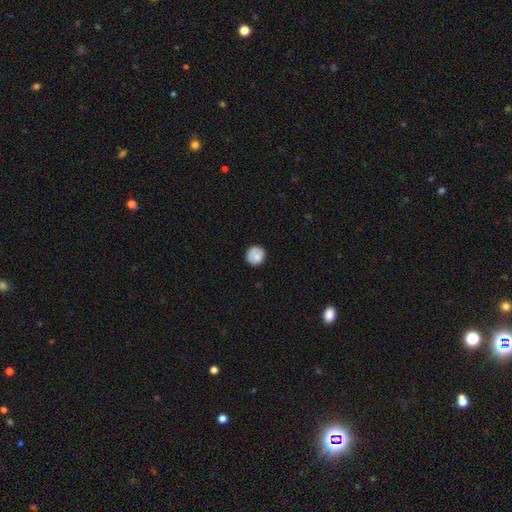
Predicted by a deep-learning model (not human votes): Smooth or featured: smooth — 76% (featured or disk — 16%)
How rounded: round — 91% (in between — 8%)
Merging: none — 78% (minor disturbance — 16%)